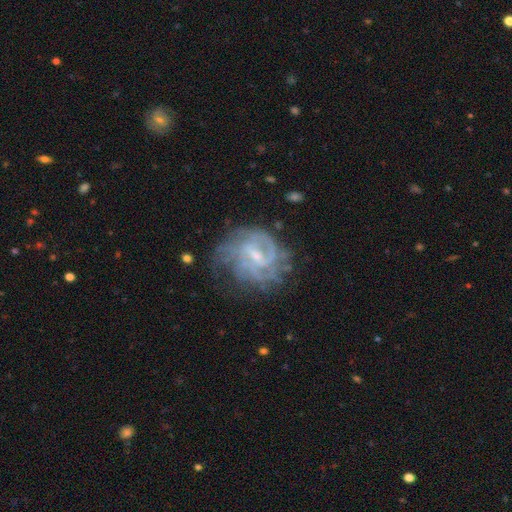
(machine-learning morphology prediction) This is clearly a featured or disk galaxy (83%). It is clearly not viewed edge-on (98%). Bar: possibly weak (59%). Spiral arm pattern: clearly yes (90%). Spiral arm count: marginally can't tell (39%). Spiral winding: possibly tight (51%). Central bulge: likely small (61%). Merging: likely none (62%).